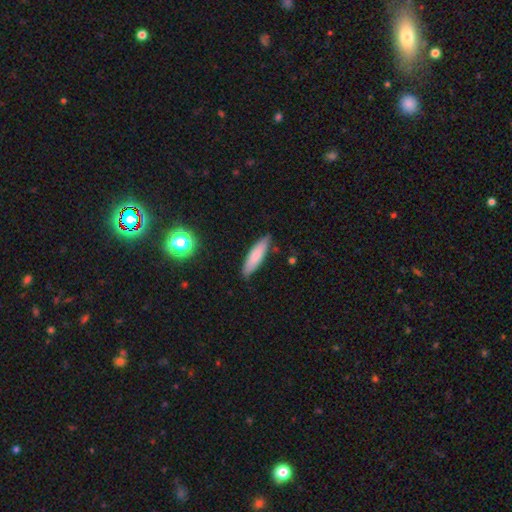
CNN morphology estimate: smooth 78%, featured or disk 15%, star or artifact 7%. Down the decision tree: how rounded — cigar-shaped (67%); merging — none (83%).